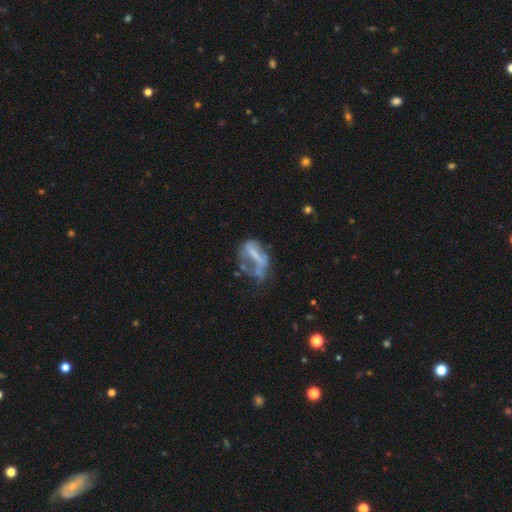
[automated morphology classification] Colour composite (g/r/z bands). It shows a featured or disk galaxy (56%) with no bar (45%), no spiral arms (77%) and no central bulge (56%). Merging: major disturbance (40%).